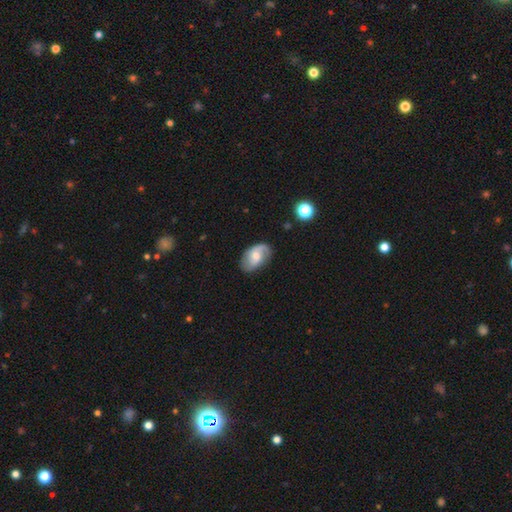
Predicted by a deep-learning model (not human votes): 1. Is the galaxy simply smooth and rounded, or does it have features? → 61% featured or disk, 32% smooth, 7% star or artifact.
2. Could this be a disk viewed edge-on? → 95% no, 5% yes.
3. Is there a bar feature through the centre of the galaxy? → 58% no, 35% weak, 7% strong.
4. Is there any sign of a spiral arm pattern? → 86% yes, 14% no.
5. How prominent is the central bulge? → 56% moderate, 38% small, 3% large, 2% none, 1% dominant.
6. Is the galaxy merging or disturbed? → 72% none, 20% minor disturbance, 6% major disturbance, 1% merger.